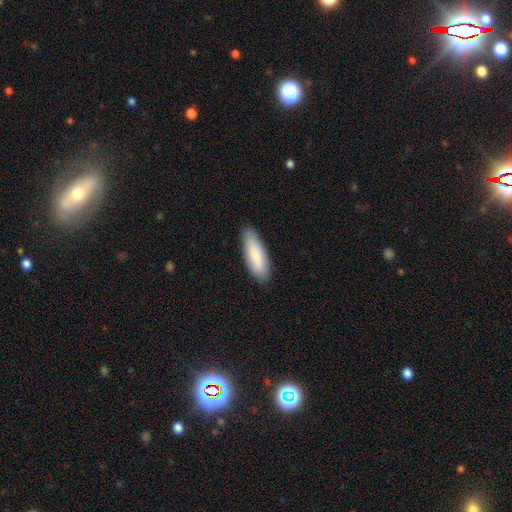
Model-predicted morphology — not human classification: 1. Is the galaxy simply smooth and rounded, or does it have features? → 84% smooth, 11% featured or disk, 5% star or artifact.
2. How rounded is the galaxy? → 59% in between, 40% cigar-shaped, 1% round.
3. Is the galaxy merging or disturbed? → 86% none, 11% minor disturbance, 2% major disturbance, 1% merger.